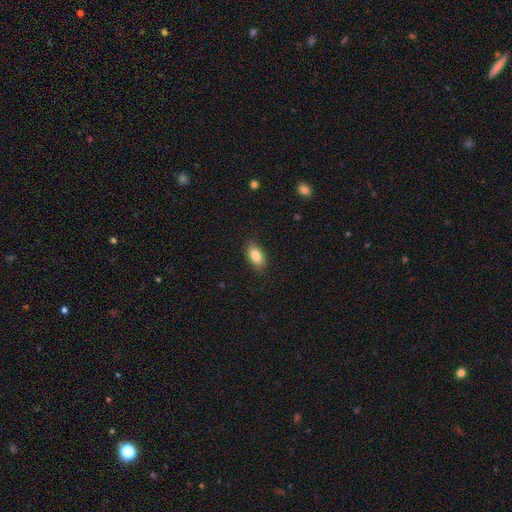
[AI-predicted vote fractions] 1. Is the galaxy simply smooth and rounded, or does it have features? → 84% smooth, 9% featured or disk, 7% star or artifact.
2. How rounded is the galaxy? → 91% in between, 6% round, 4% cigar-shaped.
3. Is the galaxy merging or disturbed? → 87% none, 10% minor disturbance, 2% major disturbance, 1% merger.